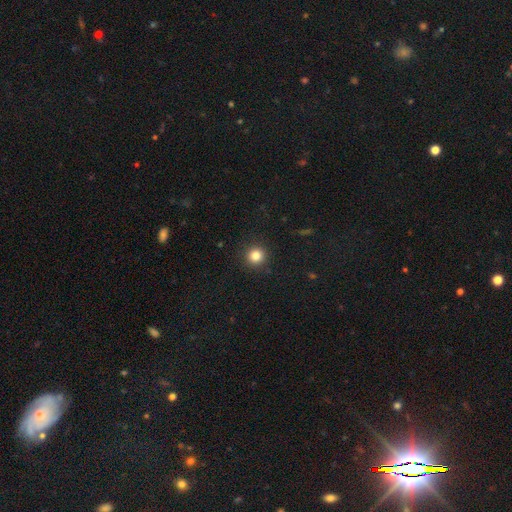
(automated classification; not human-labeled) This is clearly a smooth galaxy (83%). How rounded: clearly round (95%). Merging: clearly none (91%).